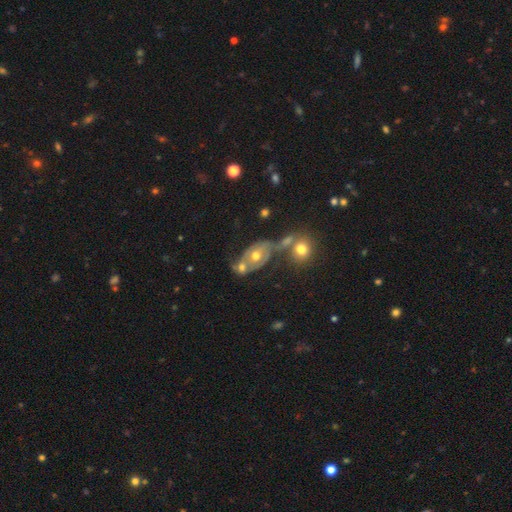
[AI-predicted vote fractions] A featured or disk galaxy (62%) with no bar (80%), spiral arms (61%) and a moderate central bulge (66%). Merging: none (44%).